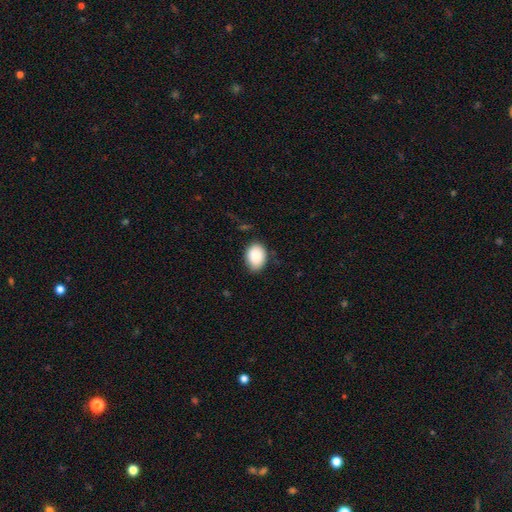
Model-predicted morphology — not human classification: Smooth or featured? Predicted: smooth (p=0.89). How rounded? Predicted: in between (p=0.73). Merging? Predicted: none (p=0.77).